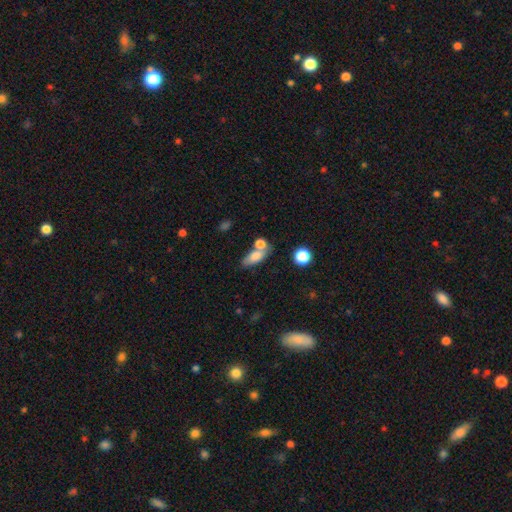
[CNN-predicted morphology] Smooth or featured? Predicted: smooth (p=0.75). How rounded? Predicted: in between (p=0.74). Merging? Predicted: none (p=0.46).